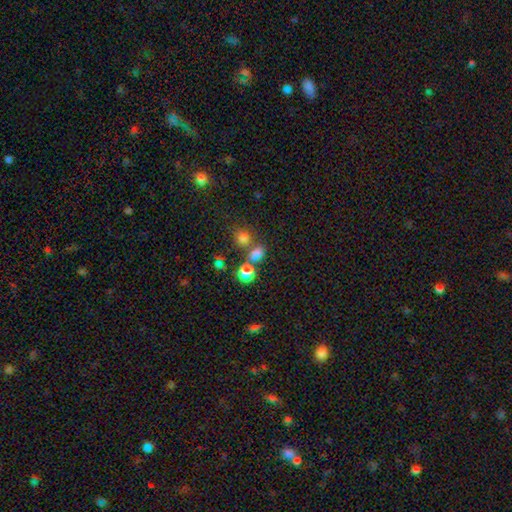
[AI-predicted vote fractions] This appears to be a smooth galaxy with no disk features (73%) that is round (49%, tied with in between). Merging: none (58%).